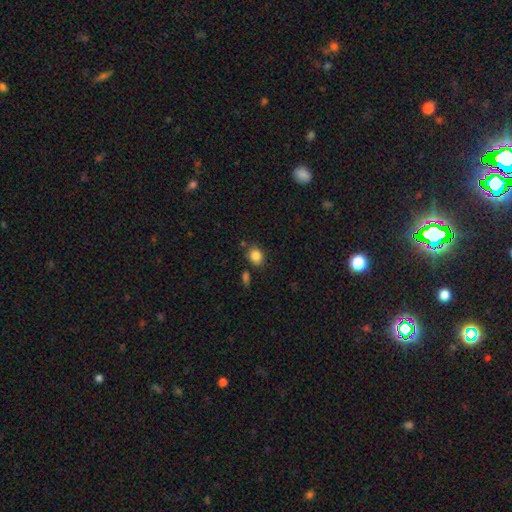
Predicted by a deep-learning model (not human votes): smooth-or-featured: smooth: 85% | star or artifact: 10% | featured or disk: 5%
  how-rounded: round: 51% | in between: 48% | cigar-shaped: 1%
  merging: none: 76% | minor disturbance: 14% | merger: 7% | major disturbance: 4%